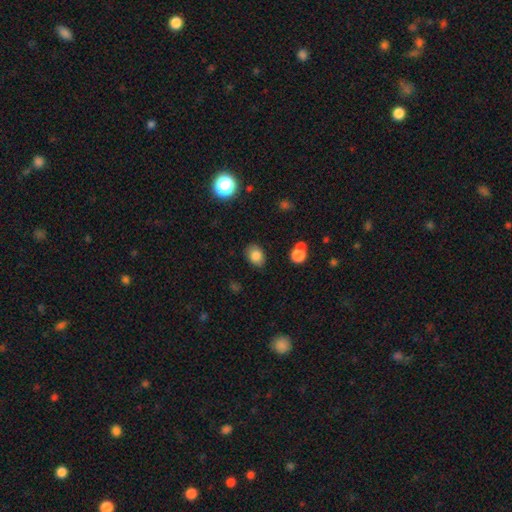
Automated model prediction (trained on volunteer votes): Smooth or featured? Predicted: smooth (p=0.82). How rounded? Predicted: in between (p=0.71). Merging? Predicted: none (p=0.80).